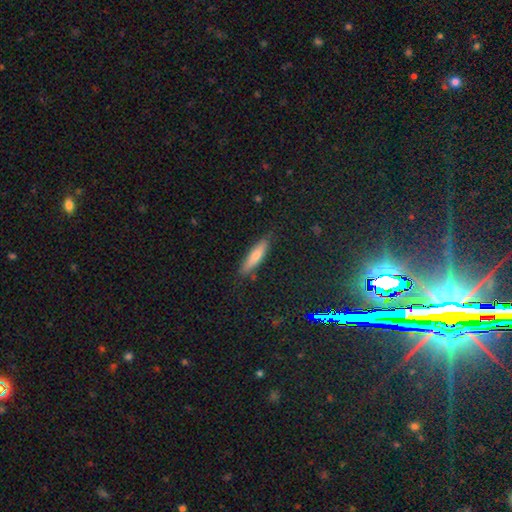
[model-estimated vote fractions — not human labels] smooth_or_featured: smooth (p=0.72) [alt: featured or disk p=0.21]
how_rounded: cigar-shaped (p=0.76) [alt: in between p=0.23]
merging: none (p=0.82) [alt: minor disturbance p=0.13]